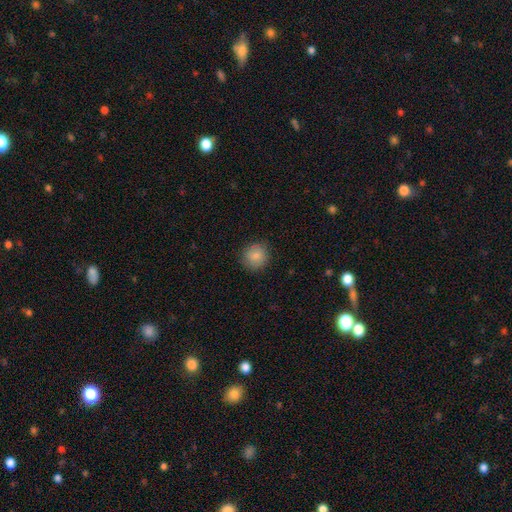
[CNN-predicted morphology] type=smooth (86%); roundness=round (90%); merging=none (87%).